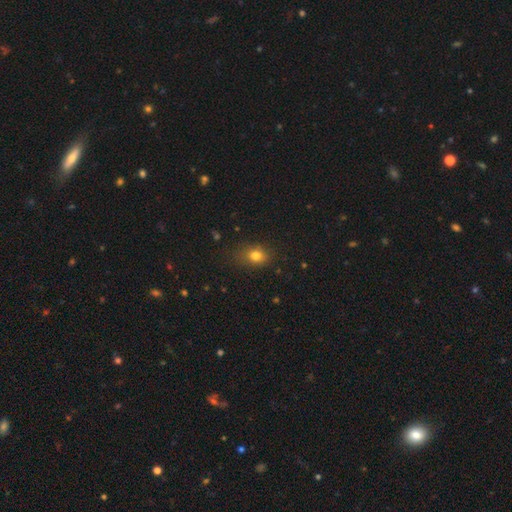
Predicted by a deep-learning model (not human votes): Smooth or featured?
  - smooth: 78% *
  - star or artifact: 14%
  - featured or disk: 8%
How rounded?
  - in between: 56% *
  - round: 43%
  - cigar-shaped: 2%
Merging?
  - none: 77% *
  - minor disturbance: 17%
  - major disturbance: 5%
  - merger: 2%